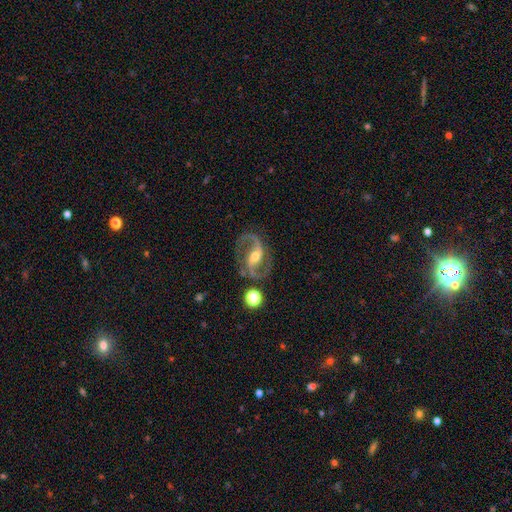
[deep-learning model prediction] Smooth or featured: featured or disk — 91% (star or artifact — 5%)
Edge-on disk: no — 97% (yes — 3%)
Bar: strong — 47% (weak — 35%)
Spiral arms: yes — 98% (no — 2%)
Spiral winding: medium — 58% (loose — 27%)
Spiral arm count: 2 — 93% (1 — 2%)
Bulge size: moderate — 60% (small — 35%)
Merging: none — 80% (minor disturbance — 12%)